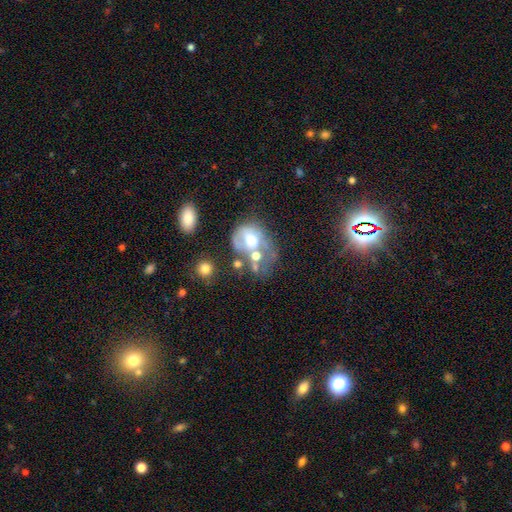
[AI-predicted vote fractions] A featured or disk galaxy (45%). Merging: merger (38%).